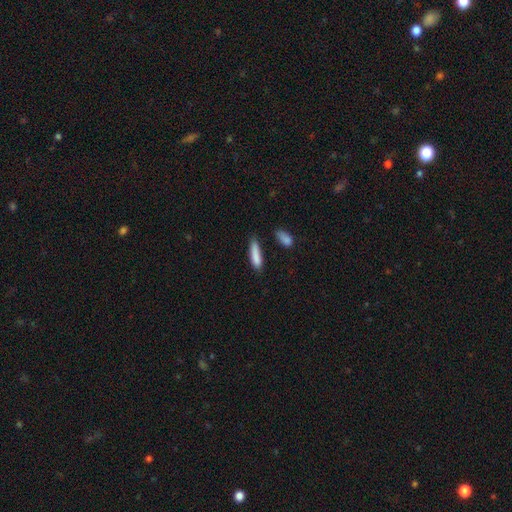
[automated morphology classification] Smooth or featured: smooth — 86% (featured or disk — 7%)
How rounded: cigar-shaped — 73% (in between — 25%)
Merging: none — 68% (minor disturbance — 22%)